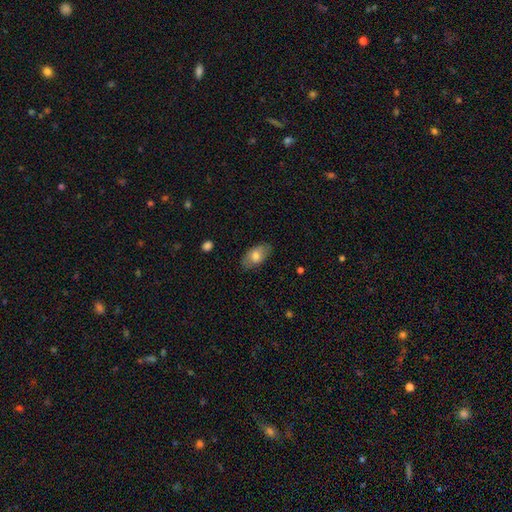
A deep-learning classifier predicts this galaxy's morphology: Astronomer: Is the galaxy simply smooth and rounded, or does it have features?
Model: smooth — 73%.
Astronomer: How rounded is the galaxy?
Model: in between — 92%.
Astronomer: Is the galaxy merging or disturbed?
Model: none — 81%.